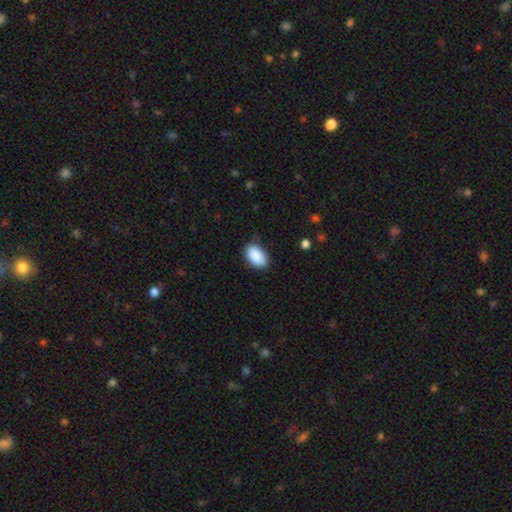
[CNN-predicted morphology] This is clearly a smooth galaxy (90%). How rounded: clearly in between (93%). Merging: clearly none (80%).